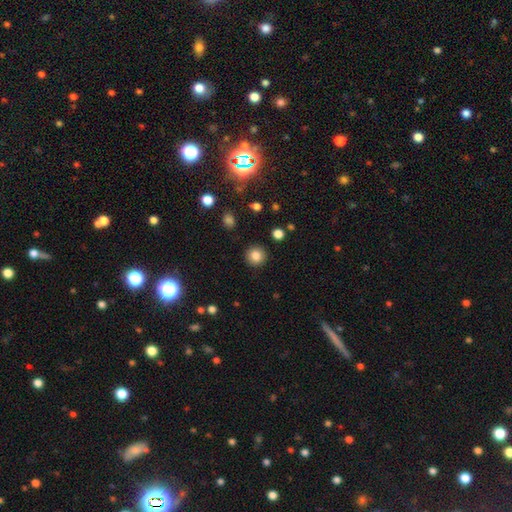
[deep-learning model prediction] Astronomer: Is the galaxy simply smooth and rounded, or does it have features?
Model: smooth — 84%.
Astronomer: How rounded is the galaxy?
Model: round — 94%.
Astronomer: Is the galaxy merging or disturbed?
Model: none — 91%.